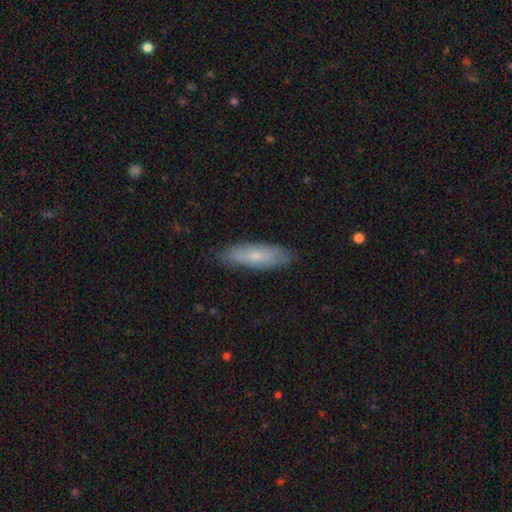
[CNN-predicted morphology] Smooth or featured? Predicted: smooth (p=0.67). How rounded? Predicted: cigar-shaped (p=0.57). Merging? Predicted: none (p=0.83).